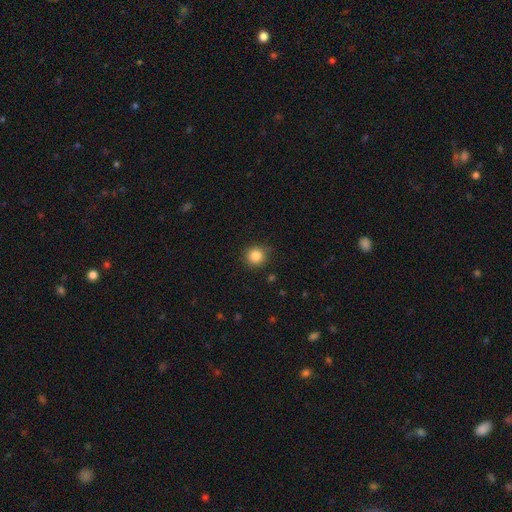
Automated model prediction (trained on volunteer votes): Smooth or featured? Predicted: smooth (p=0.86). How rounded? Predicted: round (p=0.93). Merging? Predicted: none (p=0.86).